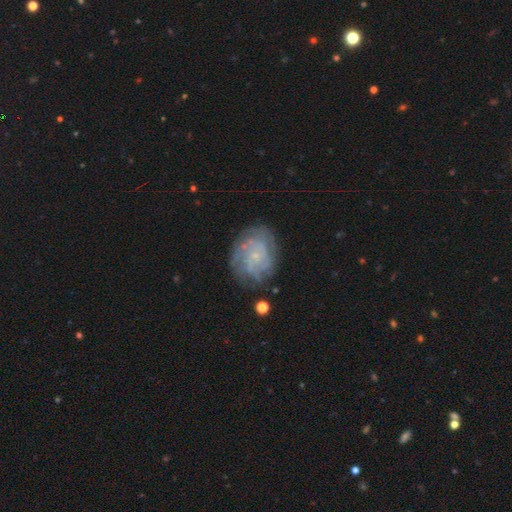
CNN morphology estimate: smooth-or-featured: featured or disk: 77% | smooth: 15% | star or artifact: 8%
  disk-edge-on: no: 98% | yes: 2%
    bar: no: 78% | weak: 19% | strong: 3%
    has-spiral-arms: yes: 91% | no: 9%
      spiral-winding: tight: 64% | medium: 28% | loose: 8%
      spiral-arm-count: can't tell: 41% | 4: 16% | 3: 15% | 2: 13% | more than 4: 8% | 1: 6%
    bulge-size: small: 83% | moderate: 8% | none: 7% | large: 1% | dominant: 1%
  merging: none: 73% | minor disturbance: 17% | major disturbance: 7% | merger: 2%